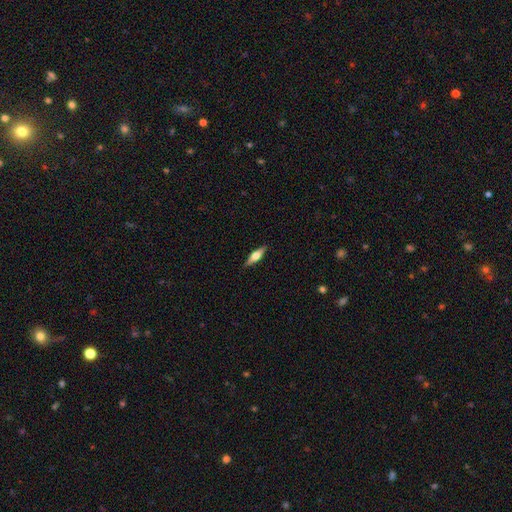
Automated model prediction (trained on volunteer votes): A featured or disk galaxy (64%) viewed edge-on (97%) with a rounded central bulge (92%). Merging: none (89%).